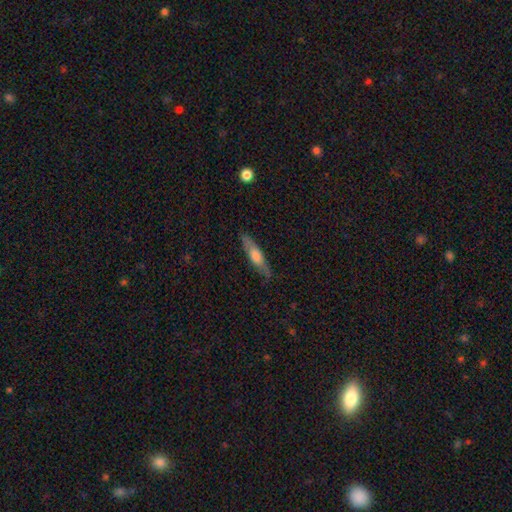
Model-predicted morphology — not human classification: This appears to be a smooth galaxy with no disk features (50%). Merging: none (85%).